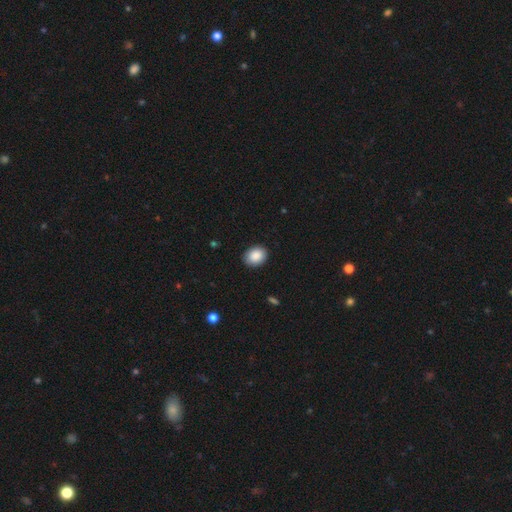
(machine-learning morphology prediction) This is clearly a smooth galaxy (89%). How rounded: likely in between (61%). Merging: clearly none (89%).